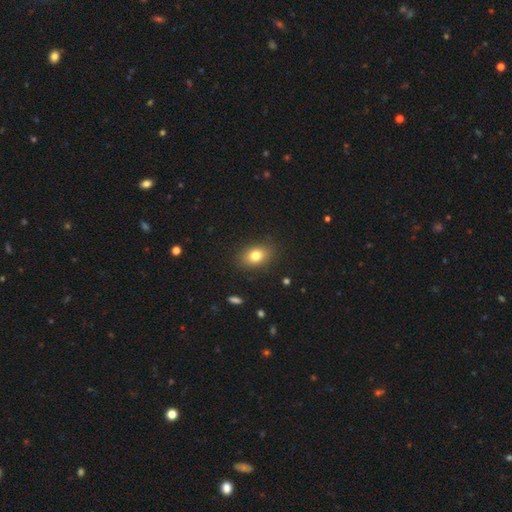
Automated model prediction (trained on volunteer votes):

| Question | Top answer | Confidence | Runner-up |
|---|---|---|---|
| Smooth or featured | smooth | 79% | featured or disk (11%) |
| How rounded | in between | 77% | round (21%) |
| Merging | none | 86% | minor disturbance (10%) |